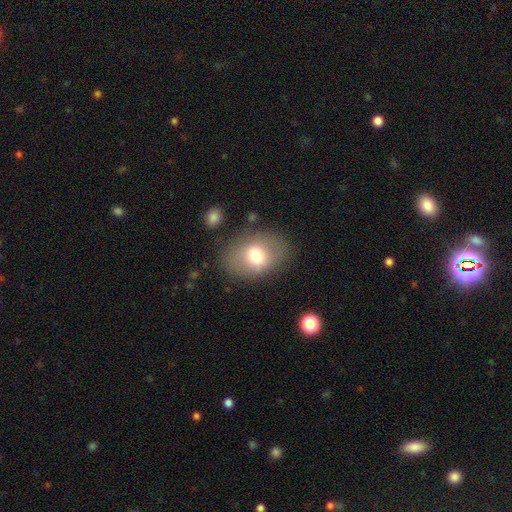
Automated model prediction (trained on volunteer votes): Smooth or featured? smooth (71%)
How rounded? in between (72%)
Merging? none (78%)